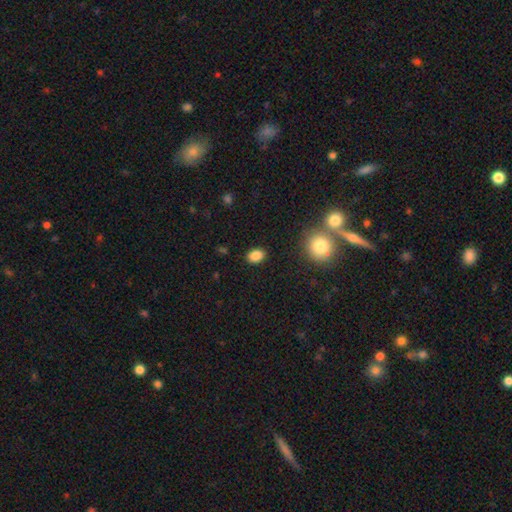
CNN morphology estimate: This appears to be a smooth galaxy with no disk features (86%) that is in between round and cigar-shaped (80%). Merging: none (88%).